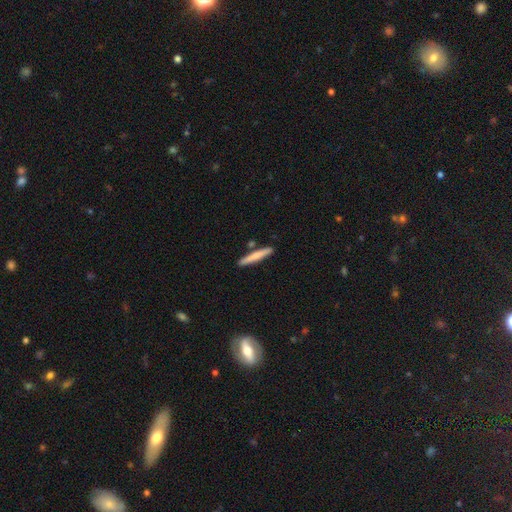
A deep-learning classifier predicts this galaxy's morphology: A smooth galaxy with no disk features (71%) that is cigar-shaped (95%).

Vote fractions:
- Smooth or featured? smooth: 71% / featured or disk: 24% / star or artifact: 5%
- How rounded? cigar-shaped: 95% / in between: 4% / round: 1%
- Merging? none: 85% / minor disturbance: 9% / merger: 5% / major disturbance: 2%